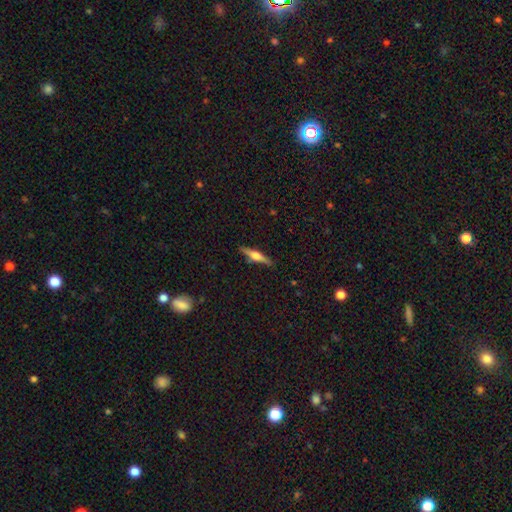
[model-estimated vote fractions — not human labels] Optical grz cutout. It shows a featured or disk galaxy (66%) viewed edge-on (97%) with a rounded central bulge (89%). Merging: none (89%).